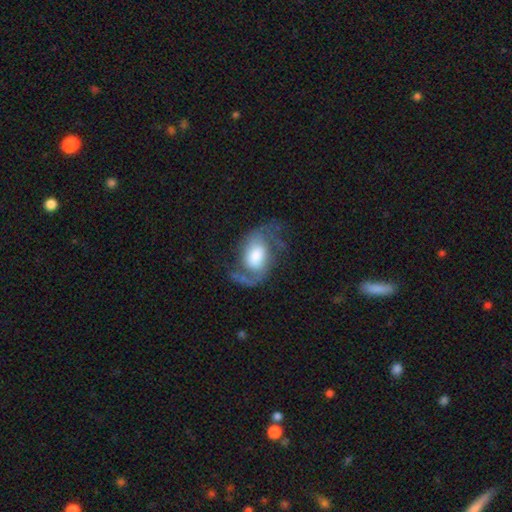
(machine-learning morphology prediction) This is clearly a featured or disk galaxy (81%). It is clearly not viewed edge-on (97%). Bar: possibly no (51%). Spiral arm pattern: clearly yes (94%). Spiral arm count: clearly 2 (91%). Spiral winding: possibly loose (50%). Central bulge: marginally large (43%). Merging: likely none (60%).